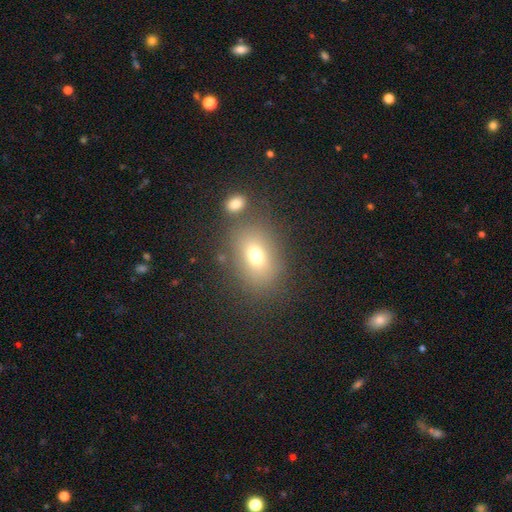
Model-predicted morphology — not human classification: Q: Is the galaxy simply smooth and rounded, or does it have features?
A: smooth — 71%.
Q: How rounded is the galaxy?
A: in between — 71%.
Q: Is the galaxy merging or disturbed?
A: none — 73%.